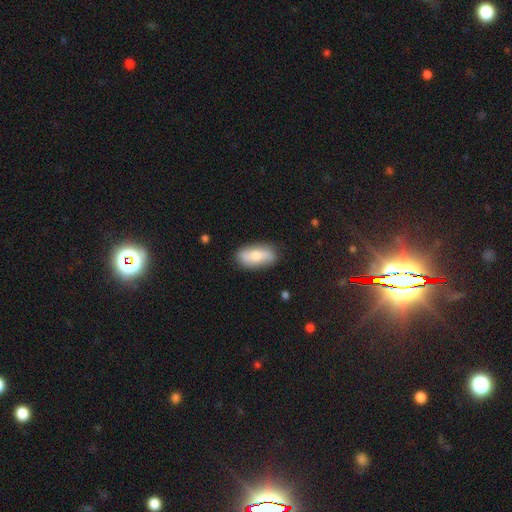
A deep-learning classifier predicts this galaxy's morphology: Smooth or featured?
  - smooth: 63% *
  - featured or disk: 31%
  - star or artifact: 6%
How rounded?
  - in between: 88% *
  - cigar-shaped: 8%
  - round: 4%
Merging?
  - none: 82% *
  - minor disturbance: 13%
  - major disturbance: 3%
  - merger: 2%